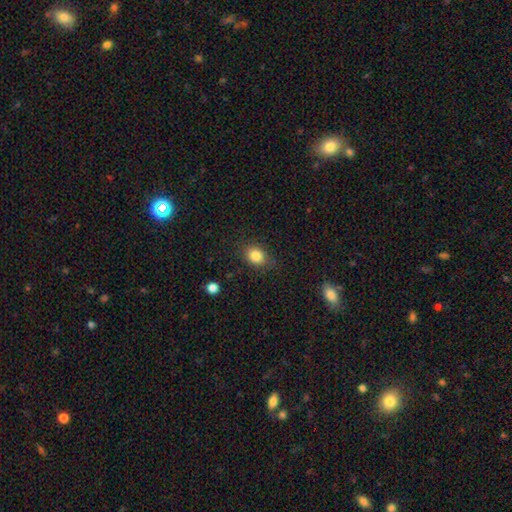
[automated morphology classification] Overall: smooth (84%). How rounded: in between (53%; round 46%). Merging: none (82%).